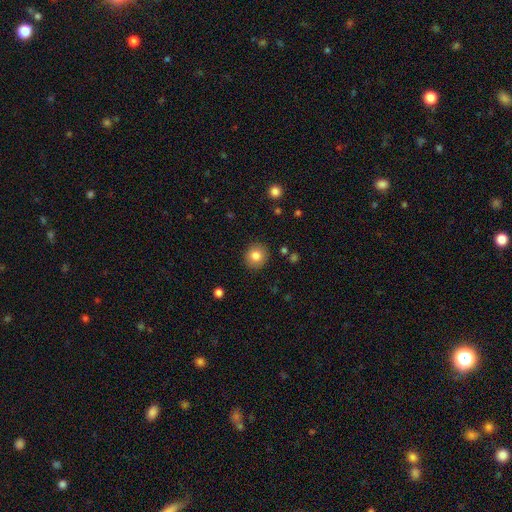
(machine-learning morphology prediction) Overall: smooth (82%). How rounded: round (89%). Merging: none (90%).